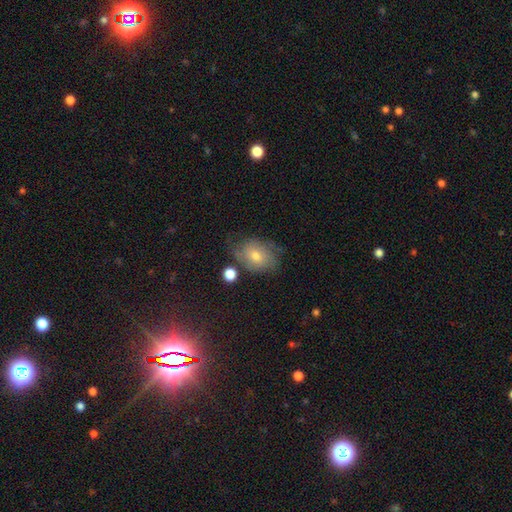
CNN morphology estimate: type=smooth (43%, tied with featured or disk); merging=none (61%).